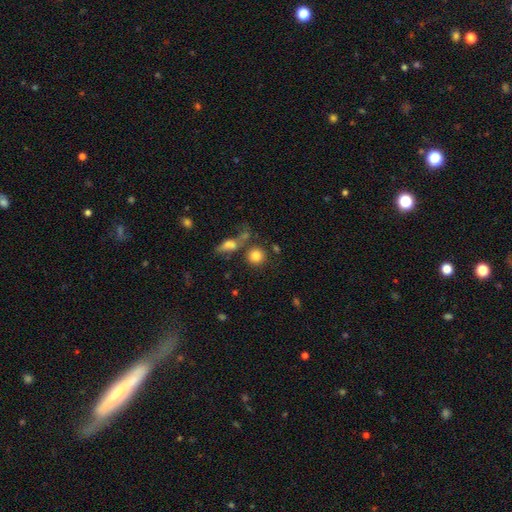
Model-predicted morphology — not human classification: Overall: smooth (82%). How rounded: round (87%). Merging: none (68%).